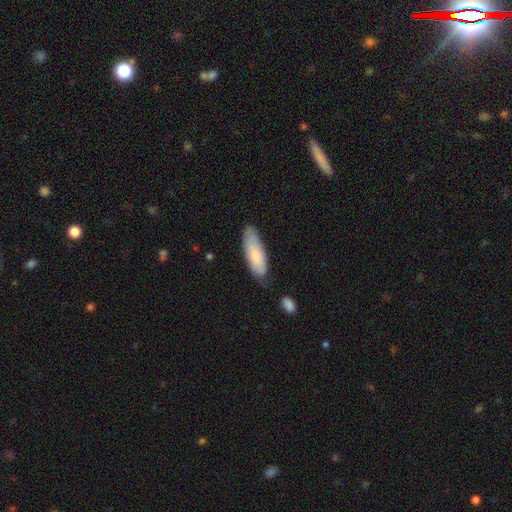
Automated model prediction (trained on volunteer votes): Smooth or featured? smooth (73%)
How rounded? in between (62%)
Merging? none (60%)